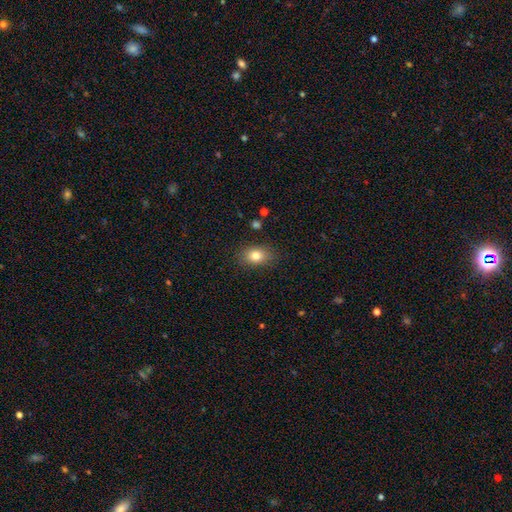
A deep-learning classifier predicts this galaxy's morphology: A smooth galaxy with no disk features (82%) that is in between round and cigar-shaped (73%).

Vote fractions:
- Smooth or featured? smooth: 82% / star or artifact: 10% / featured or disk: 9%
- How rounded? in between: 73% / round: 26% / cigar-shaped: 1%
- Merging? none: 84% / minor disturbance: 12% / major disturbance: 3% / merger: 2%